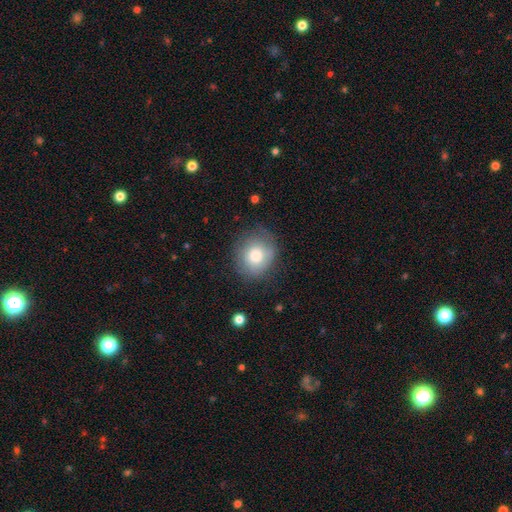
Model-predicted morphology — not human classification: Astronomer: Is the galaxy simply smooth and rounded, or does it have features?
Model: smooth — 76%.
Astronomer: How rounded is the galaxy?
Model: round — 79%.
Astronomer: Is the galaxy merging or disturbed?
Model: none — 73%.